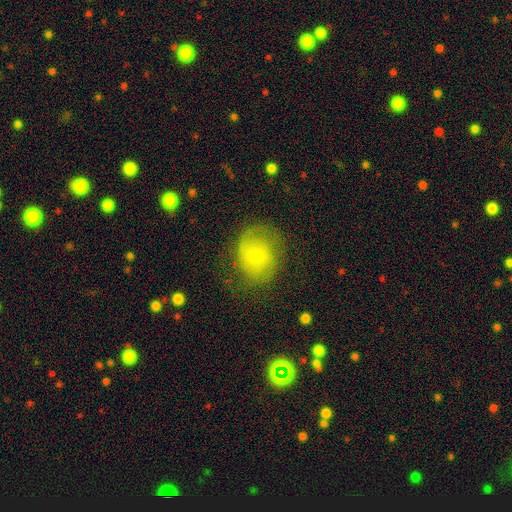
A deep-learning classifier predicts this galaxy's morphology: A featured or disk galaxy (48%). Merging: none (65%).